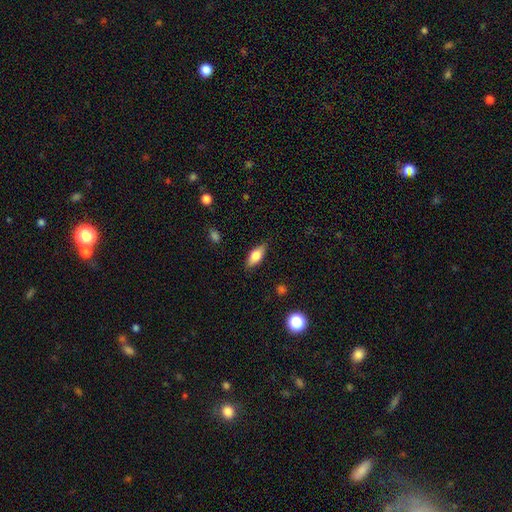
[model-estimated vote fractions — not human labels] Smooth or featured? smooth (76%)
How rounded? in between (80%)
Merging? none (82%)